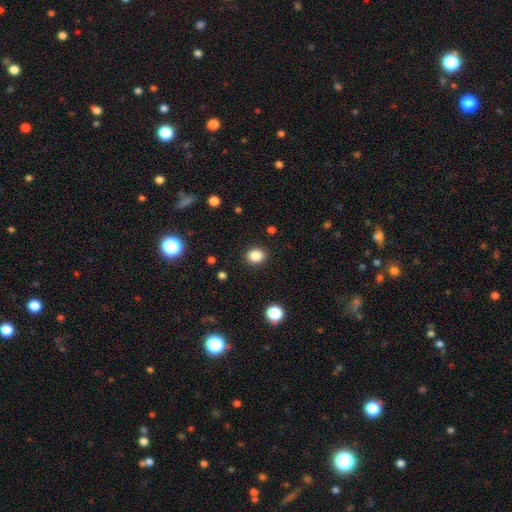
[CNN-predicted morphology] type=smooth (85%); roundness=round (72%); merging=none (91%).